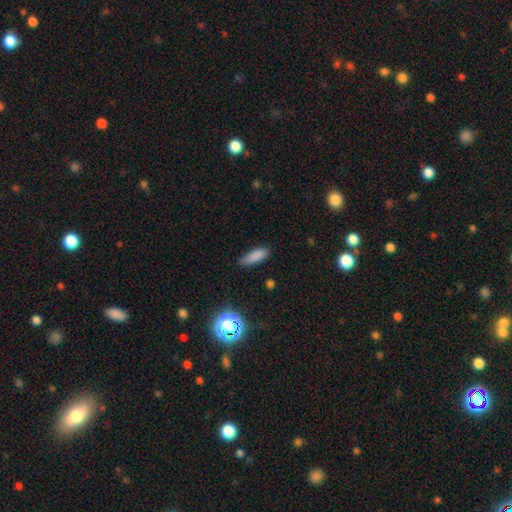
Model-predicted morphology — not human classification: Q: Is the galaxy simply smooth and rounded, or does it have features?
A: smooth — 84%.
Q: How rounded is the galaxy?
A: in between — 57%.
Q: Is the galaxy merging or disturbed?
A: none — 82%.